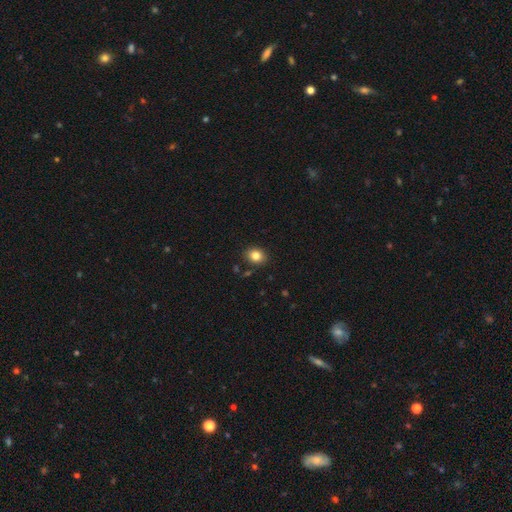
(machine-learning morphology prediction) smooth 84%, star or artifact 10%, featured or disk 6%. Down the decision tree: how rounded — round (51%); merging — none (87%).